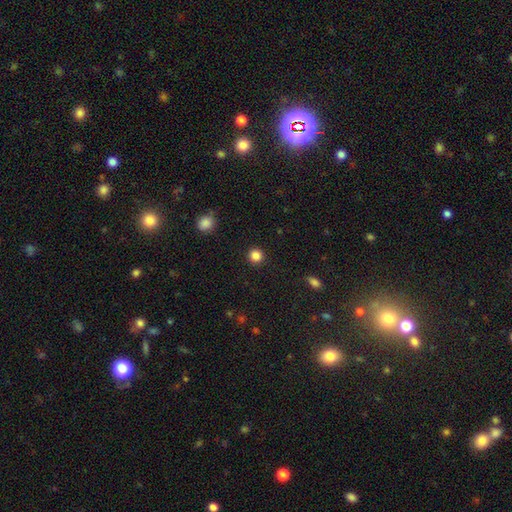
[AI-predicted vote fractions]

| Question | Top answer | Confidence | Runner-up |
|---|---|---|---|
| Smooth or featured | smooth | 85% | star or artifact (11%) |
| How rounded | round | 94% | in between (5%) |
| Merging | none | 92% | minor disturbance (5%) |